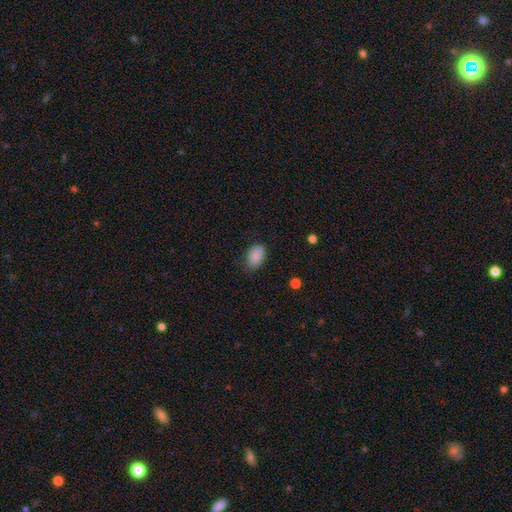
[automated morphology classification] smooth_or_featured: smooth (p=0.87) [alt: star or artifact p=0.08]
how_rounded: in between (p=0.85) [alt: round p=0.14]
merging: none (p=0.71) [alt: minor disturbance p=0.23]